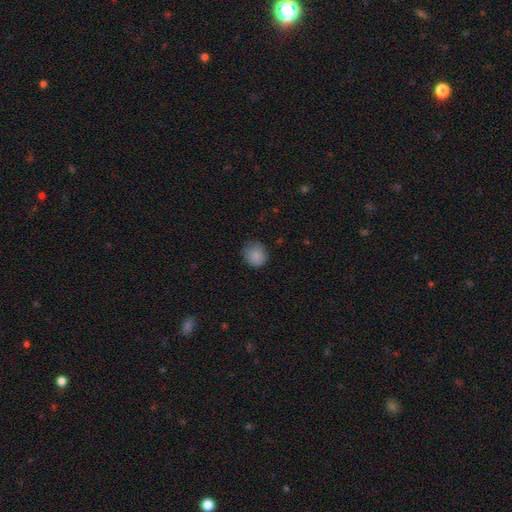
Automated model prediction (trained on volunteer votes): Overall: smooth (86%). How rounded: round (89%). Merging: none (78%).